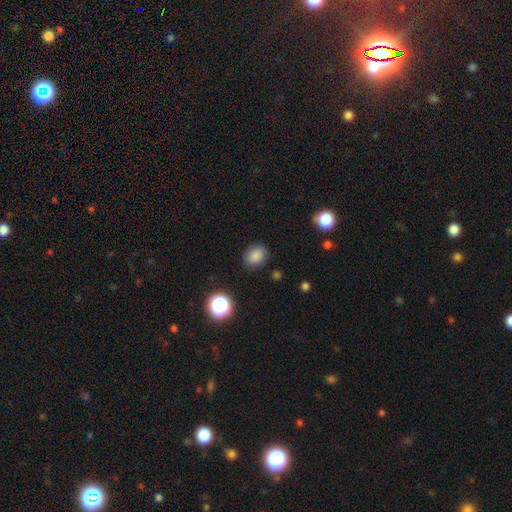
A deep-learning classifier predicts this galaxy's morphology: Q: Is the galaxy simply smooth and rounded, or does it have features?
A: smooth — 84%.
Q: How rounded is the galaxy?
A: in between — 57%.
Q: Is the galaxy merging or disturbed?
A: none — 84%.